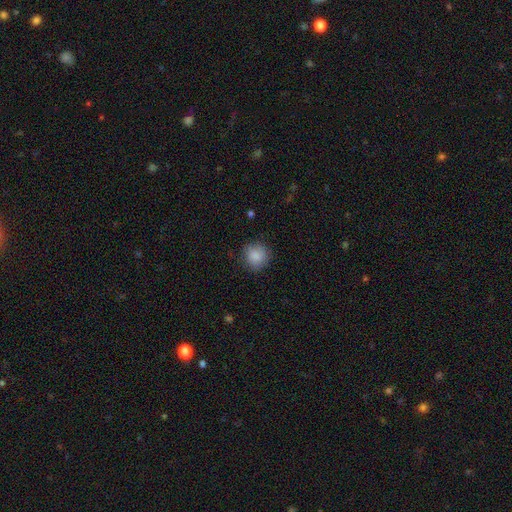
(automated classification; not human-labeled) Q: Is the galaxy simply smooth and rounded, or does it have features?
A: smooth — 86%.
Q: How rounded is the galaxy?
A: round — 88%.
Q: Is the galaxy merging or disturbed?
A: none — 80%.